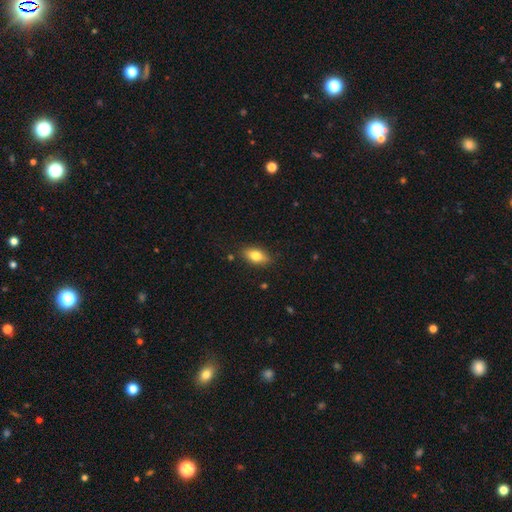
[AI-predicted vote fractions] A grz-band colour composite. It shows a smooth galaxy with no disk features (77%) that is in between round and cigar-shaped (86%). Merging: none (85%).